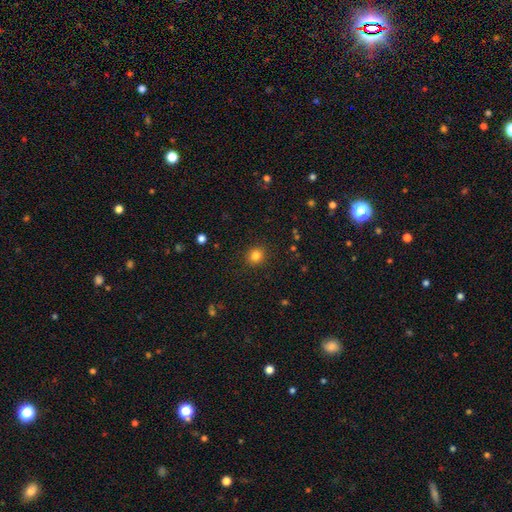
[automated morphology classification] A smooth galaxy with no disk features (83%) that is round (81%). Merging: none (90%).